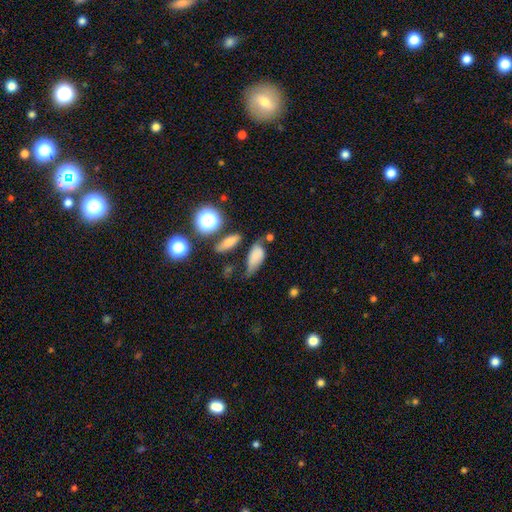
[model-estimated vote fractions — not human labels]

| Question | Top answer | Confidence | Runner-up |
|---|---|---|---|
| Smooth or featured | smooth | 75% | featured or disk (13%) |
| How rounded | in between | 83% | cigar-shaped (10%) |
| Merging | none | 41% | minor disturbance (33%) |